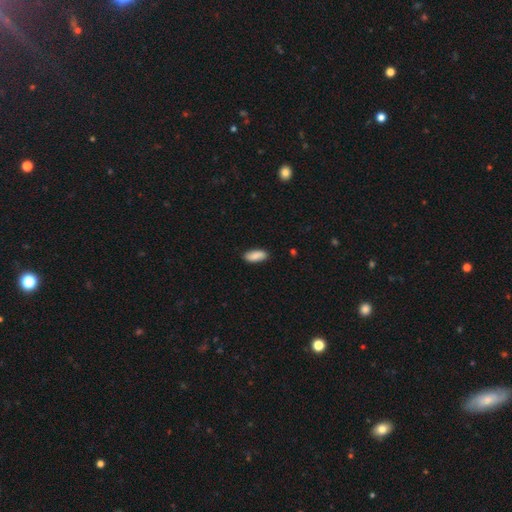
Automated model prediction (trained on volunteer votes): The model was most divided on "how rounded": in between: 80%, cigar-shaped: 18%, round: 2%. More confident: smooth or featured — smooth (88%); merging — none (88%).